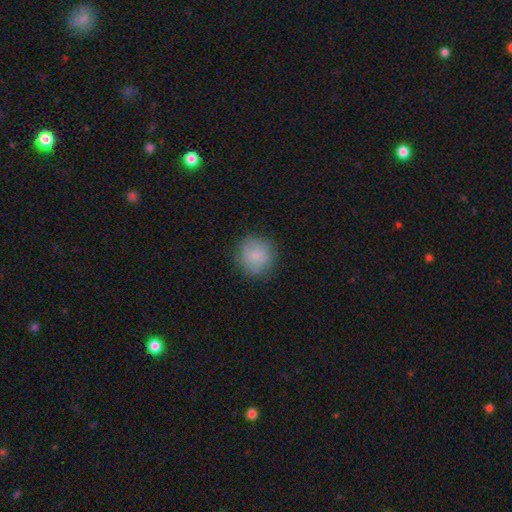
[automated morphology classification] smooth-or-featured: smooth: 78% | featured or disk: 15% | star or artifact: 8%
  how-rounded: round: 90% | in between: 9% | cigar-shaped: 1%
  merging: none: 79% | minor disturbance: 15% | major disturbance: 4% | merger: 1%